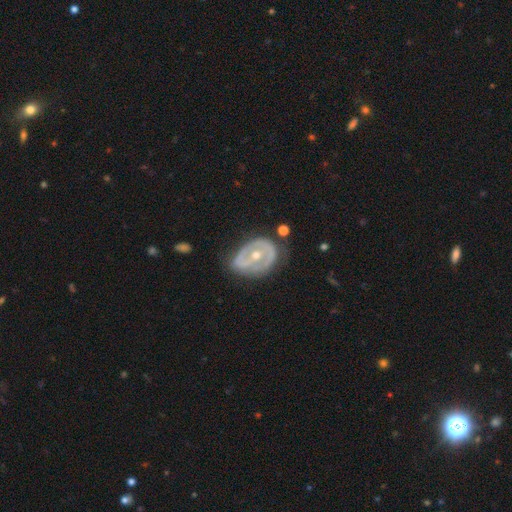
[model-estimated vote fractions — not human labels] Morphology: type=featured or disk (72%); edge-on=no (95%); bar=no (57%); spiral arms=no (62%); bulge=moderate (52%); merging=none (57%).